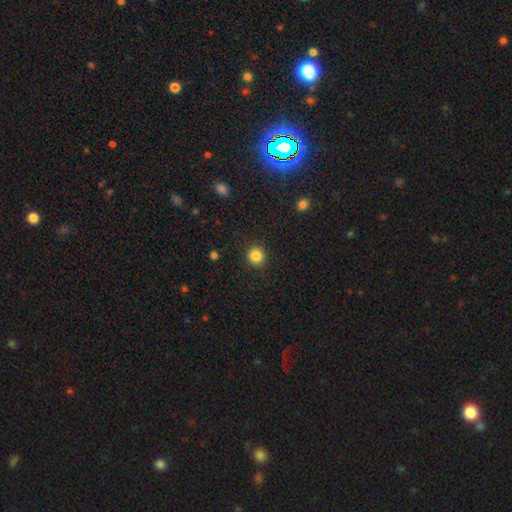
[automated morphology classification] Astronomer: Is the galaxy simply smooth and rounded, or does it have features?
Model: smooth — 85%.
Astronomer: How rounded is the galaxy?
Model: round — 90%.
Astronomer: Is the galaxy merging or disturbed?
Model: none — 91%.